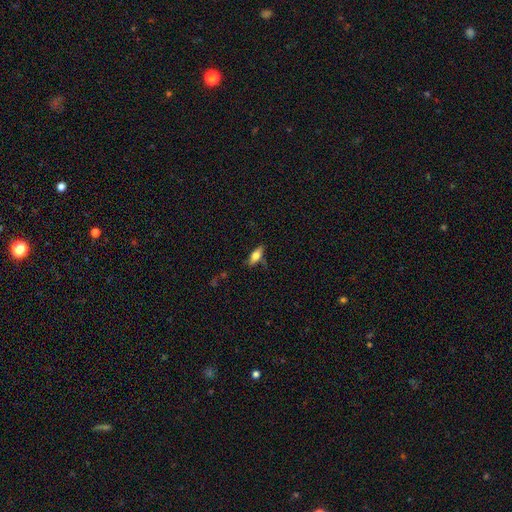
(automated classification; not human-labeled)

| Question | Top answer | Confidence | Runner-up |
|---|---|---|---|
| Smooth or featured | smooth | 69% | featured or disk (23%) |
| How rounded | in between | 75% | cigar-shaped (22%) |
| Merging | none | 75% | minor disturbance (18%) |